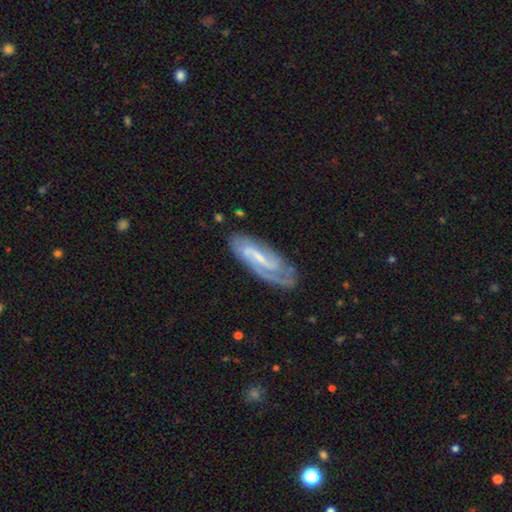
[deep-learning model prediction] featured or disk 81%, smooth 13%, star or artifact 6%. Down the decision tree: edge-on disk — no (90%); bar — weak (43%); spiral arms — yes (95%); spiral arm count — 2 (69%); spiral winding — medium (44%); bulge size — small (59%); merging — none (73%).